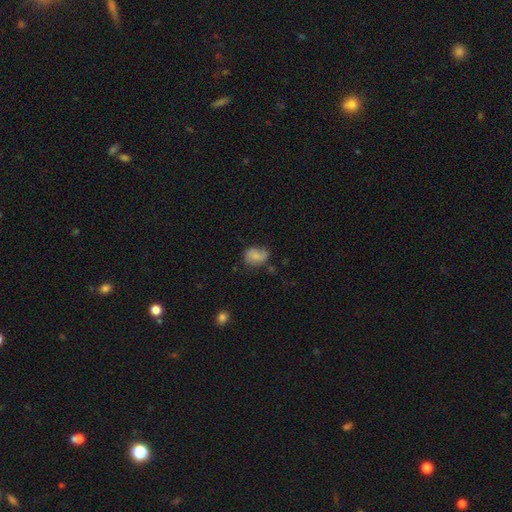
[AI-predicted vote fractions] Smooth or featured? smooth (69%)
How rounded? in between (61%)
Merging? none (51%)